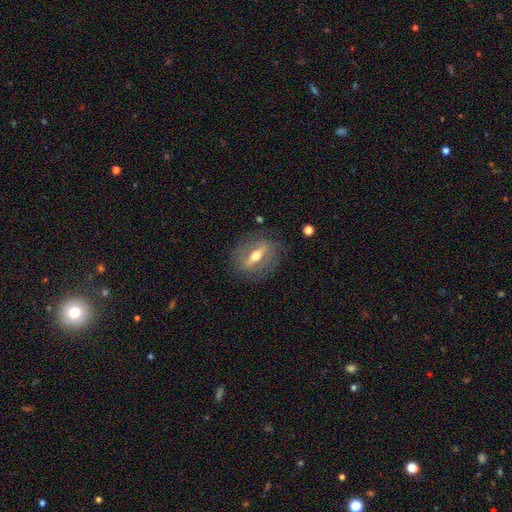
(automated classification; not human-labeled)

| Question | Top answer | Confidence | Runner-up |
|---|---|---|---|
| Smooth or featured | featured or disk | 72% | smooth (21%) |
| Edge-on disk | yes | 50% | tied: no (50%) |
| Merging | none | 80% | minor disturbance (12%) |